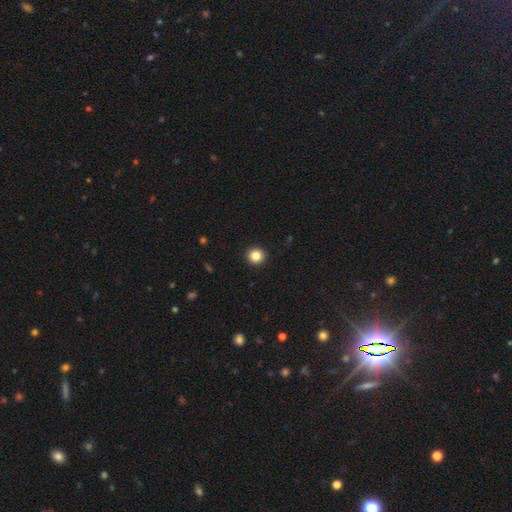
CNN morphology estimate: Smooth or featured: smooth — 85% (star or artifact — 11%)
How rounded: round — 94% (in between — 5%)
Merging: none — 93% (minor disturbance — 4%)